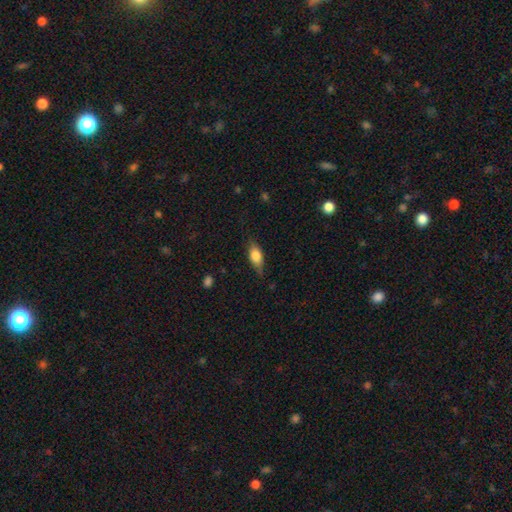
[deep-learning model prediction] smooth-or-featured: smooth: 67% | featured or disk: 26% | star or artifact: 7%
  how-rounded: in between: 77% | cigar-shaped: 18% | round: 5%
  merging: none: 72% | minor disturbance: 22% | major disturbance: 5% | merger: 1%